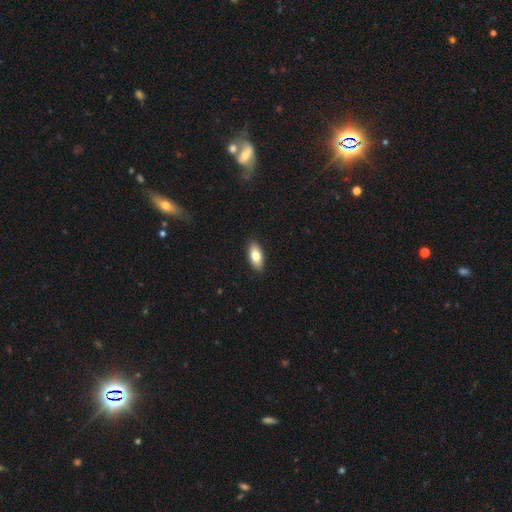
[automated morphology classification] The model was most divided on "smooth or featured": smooth: 79%, featured or disk: 15%, star or artifact: 6%. More confident: merging — none (89%); how rounded — in between (87%).